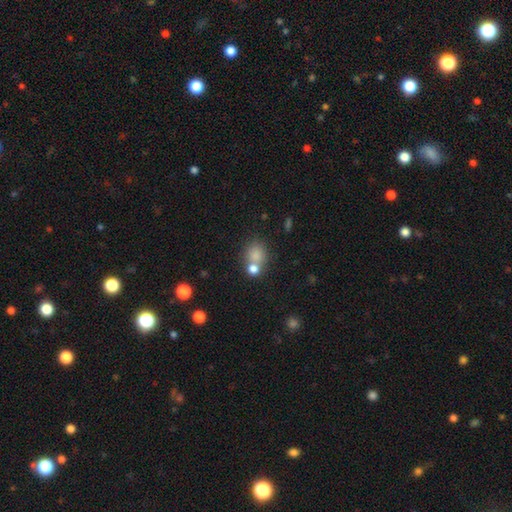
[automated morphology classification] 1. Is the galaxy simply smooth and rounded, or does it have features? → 80% smooth, 12% star or artifact, 8% featured or disk.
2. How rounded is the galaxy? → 70% round, 29% in between, 1% cigar-shaped.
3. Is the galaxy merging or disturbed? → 52% none, 33% merger, 11% minor disturbance, 5% major disturbance.